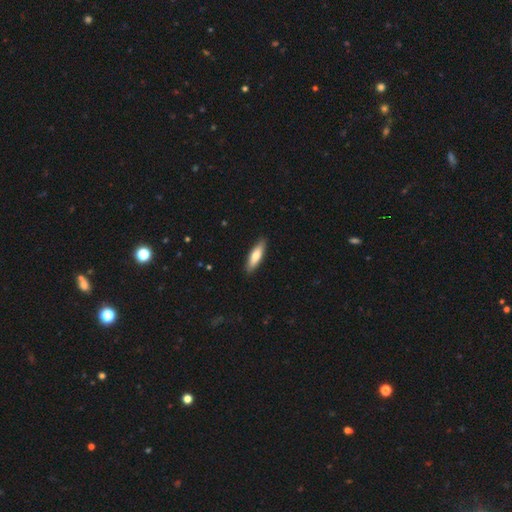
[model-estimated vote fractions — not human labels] smooth_or_featured: smooth (p=0.71) [alt: featured or disk p=0.24]
how_rounded: cigar-shaped (p=0.58) [alt: in between p=0.41]
merging: none (p=0.89) [alt: minor disturbance p=0.08]